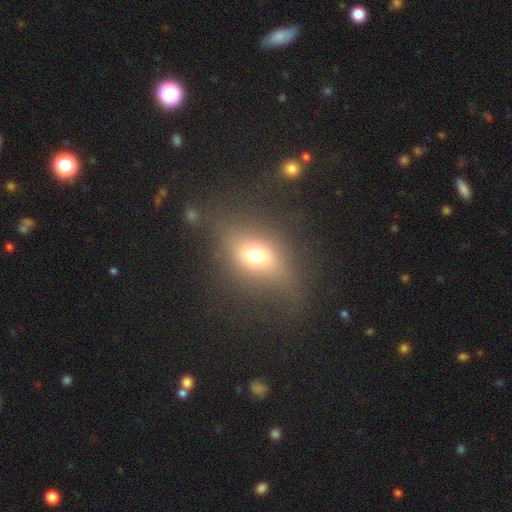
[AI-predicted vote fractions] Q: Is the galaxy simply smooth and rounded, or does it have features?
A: smooth — 64%.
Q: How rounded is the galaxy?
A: in between — 51%.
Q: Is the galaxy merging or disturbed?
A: none — 70%.